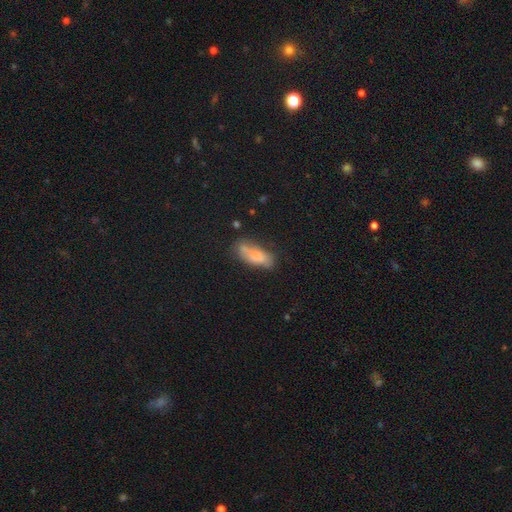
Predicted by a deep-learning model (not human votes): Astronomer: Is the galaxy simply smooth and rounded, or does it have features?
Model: smooth — 70%.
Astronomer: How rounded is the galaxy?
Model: in between — 75%.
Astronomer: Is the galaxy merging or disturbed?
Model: none — 48% (runner-up: minor disturbance, 26%).